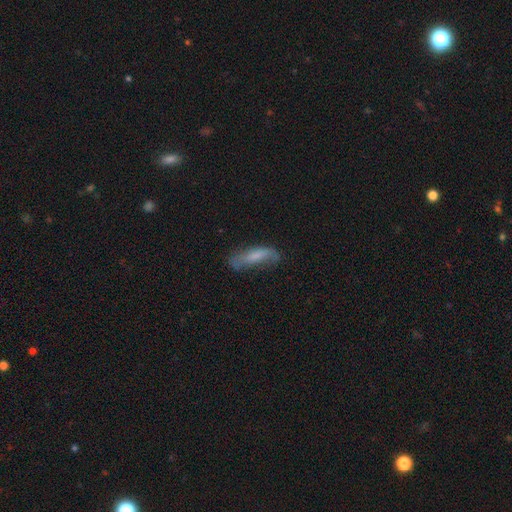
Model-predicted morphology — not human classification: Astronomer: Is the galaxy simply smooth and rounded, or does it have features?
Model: smooth — 59%.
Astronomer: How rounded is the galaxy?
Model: cigar-shaped — 61% (runner-up: in between, 37%).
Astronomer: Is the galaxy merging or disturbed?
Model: none — 51% (runner-up: minor disturbance, 31%).